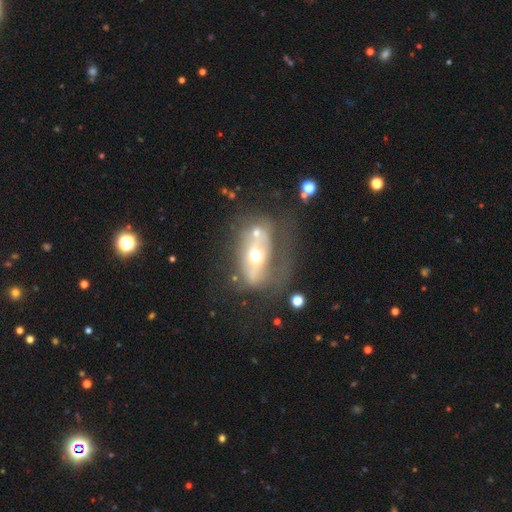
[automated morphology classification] smooth_or_featured: featured or disk (p=0.61) [alt: smooth p=0.30]
disk_edge_on: no (p=0.87) [alt: yes p=0.13]
bar: no (p=0.61) [alt: weak p=0.20]
has_spiral_arms: no (p=0.66) [alt: yes p=0.34]
bulge_size: moderate (p=0.70) [alt: small p=0.17]
merging: none (p=0.32) [alt: major disturbance p=0.29]